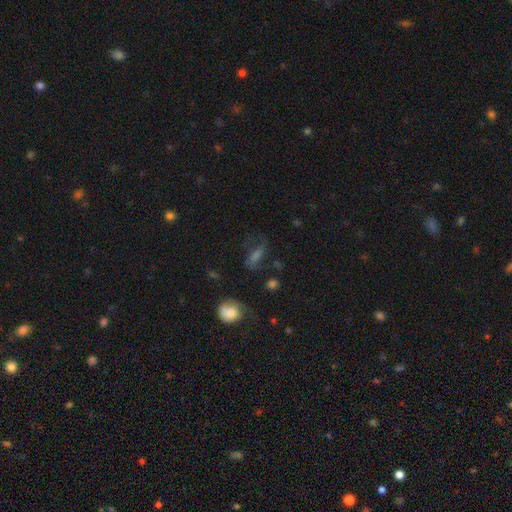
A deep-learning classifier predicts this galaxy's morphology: This appears to be a smooth galaxy with no disk features (47%). Merging: none (57%).